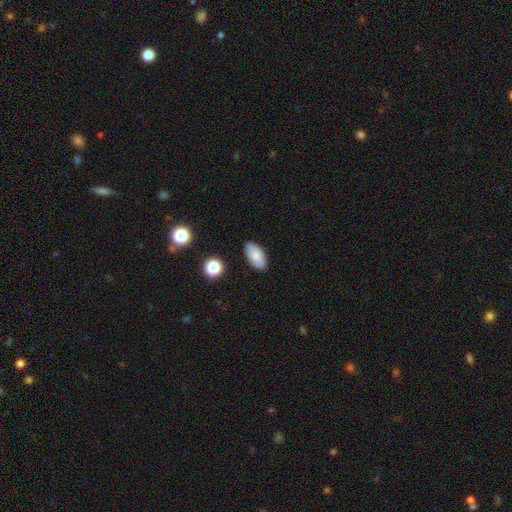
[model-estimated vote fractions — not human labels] This appears to be a smooth galaxy with no disk features (81%) that is in between round and cigar-shaped (93%). Merging: none (85%).